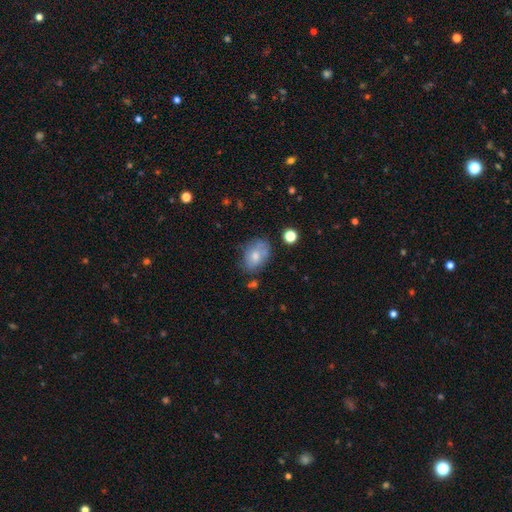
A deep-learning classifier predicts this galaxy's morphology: A smooth galaxy with no disk features (66%) that is in between round and cigar-shaped (78%).

Vote fractions:
- Smooth or featured? smooth: 66% / featured or disk: 25% / star or artifact: 9%
- How rounded? in between: 78% / round: 21% / cigar-shaped: 1%
- Merging? none: 56% / minor disturbance: 27% / major disturbance: 10% / merger: 8%